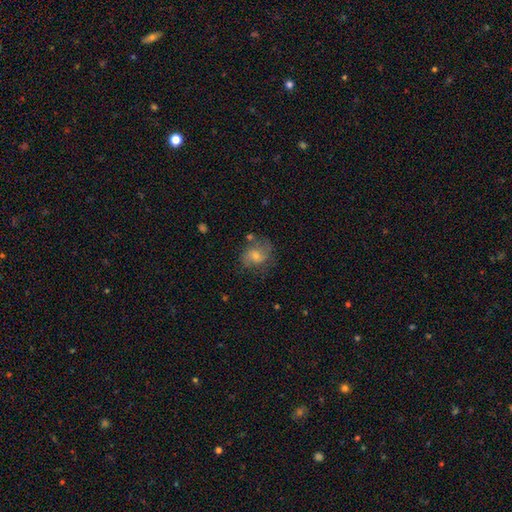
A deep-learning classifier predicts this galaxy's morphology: smooth_or_featured: featured or disk (p=0.50) [alt: smooth p=0.36]
merging: none (p=0.65) [alt: minor disturbance p=0.20]